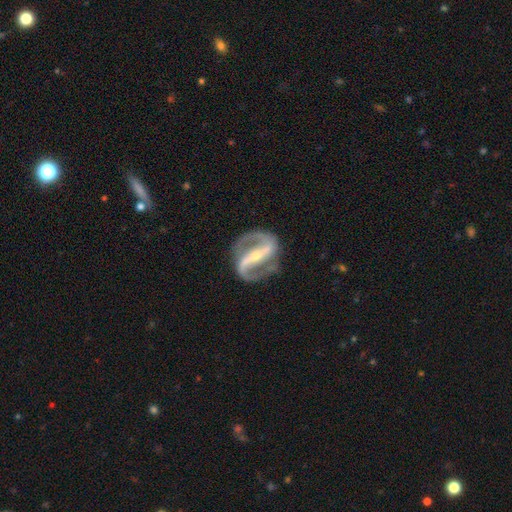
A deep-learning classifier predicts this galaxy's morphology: Smooth or featured?
  - featured or disk: 92% *
  - smooth: 4%
  - star or artifact: 4%
Edge-on disk?
  - no: 96% *
  - yes: 4%
Bar?
  - strong: 79% *
  - weak: 14%
  - no: 7%
Spiral arms?
  - yes: 96% *
  - no: 4%
Spiral winding?
  - medium: 53% *
  - loose: 24%
  - tight: 23%
Spiral arm count?
  - 2: 93% *
  - can't tell: 2%
  - 1: 2%
  - 3: 1%
  - 4: 1%
  - more than 4: 1%
Bulge size?
  - small: 62% *
  - moderate: 32%
  - none: 3%
  - large: 2%
  - dominant: 1%
Merging?
  - none: 83% *
  - minor disturbance: 11%
  - major disturbance: 5%
  - merger: 2%